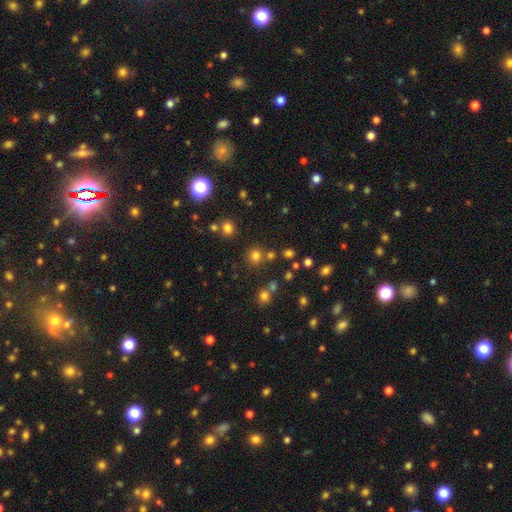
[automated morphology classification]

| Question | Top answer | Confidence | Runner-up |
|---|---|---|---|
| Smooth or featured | smooth | 73% | star or artifact (21%) |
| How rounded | round | 92% | in between (7%) |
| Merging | none | 77% | merger (12%) |